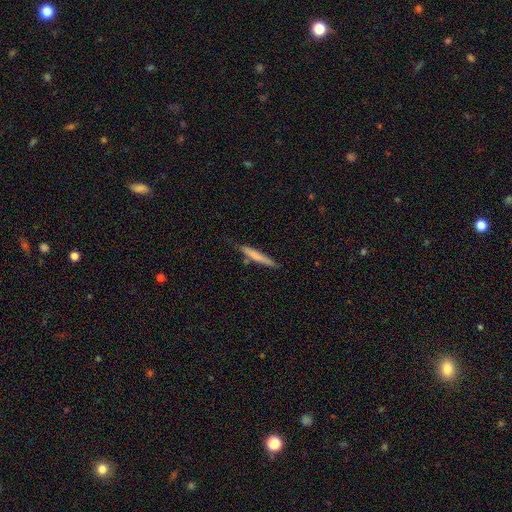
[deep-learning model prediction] smooth-or-featured: smooth: 69% | featured or disk: 25% | star or artifact: 6%
  how-rounded: cigar-shaped: 95% | in between: 4% | round: 1%
  merging: none: 78% | minor disturbance: 16% | merger: 4% | major disturbance: 3%